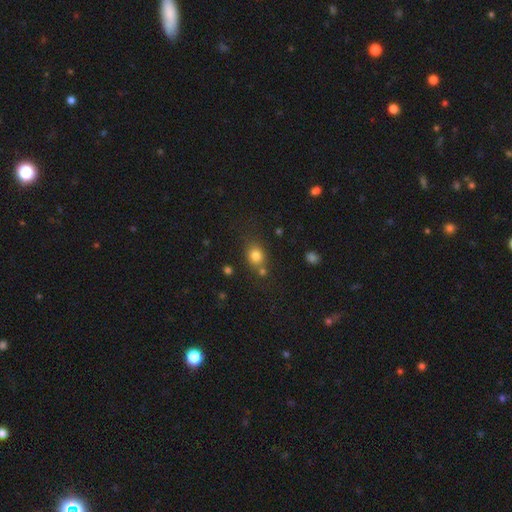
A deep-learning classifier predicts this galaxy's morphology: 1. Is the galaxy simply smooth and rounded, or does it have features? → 79% smooth, 13% star or artifact, 8% featured or disk.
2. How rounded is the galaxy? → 64% round, 35% in between, 1% cigar-shaped.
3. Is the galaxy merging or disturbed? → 68% none, 14% minor disturbance, 13% merger, 5% major disturbance.